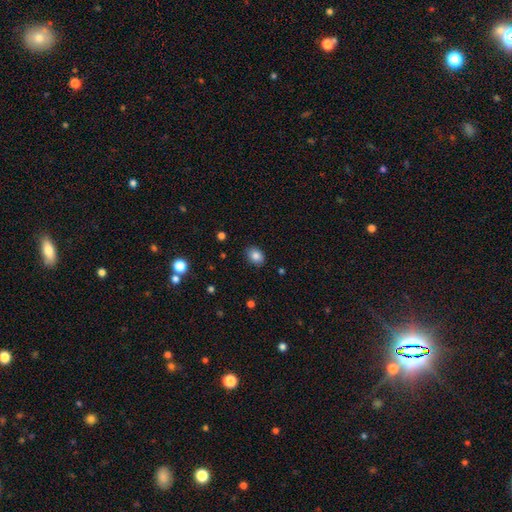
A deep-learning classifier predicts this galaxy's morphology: type=smooth (84%); roundness=in between (66%); merging=none (86%).